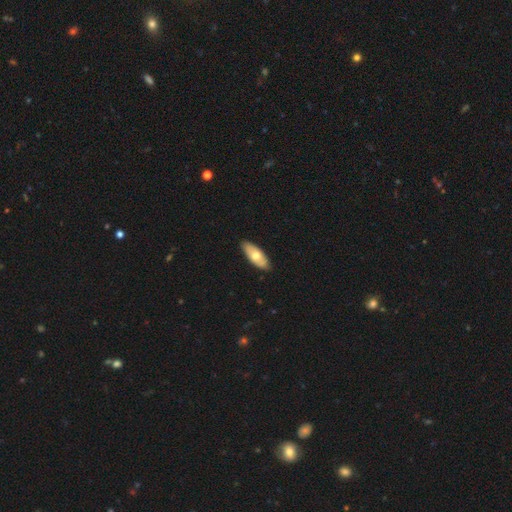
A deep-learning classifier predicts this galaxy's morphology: Smooth or featured? smooth (61%)
How rounded? in between (83%)
Merging? none (88%)